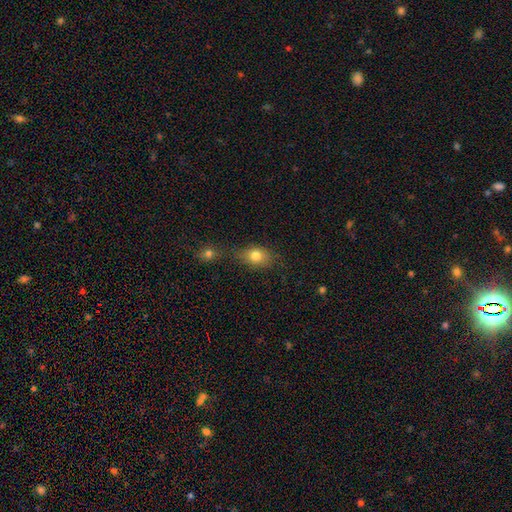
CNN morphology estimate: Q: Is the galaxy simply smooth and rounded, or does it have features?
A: smooth — 78%.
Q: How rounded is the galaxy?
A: in between — 61%.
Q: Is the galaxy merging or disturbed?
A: none — 52%.